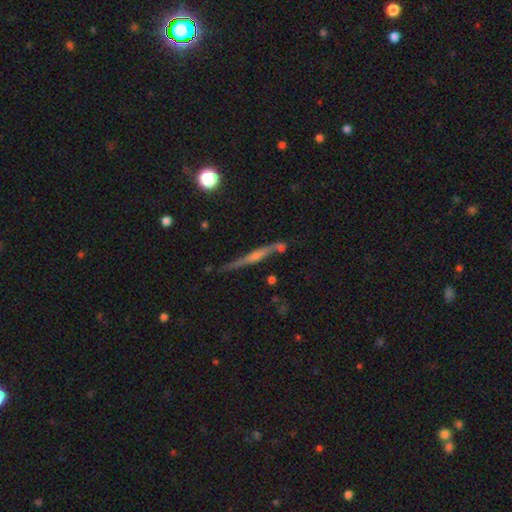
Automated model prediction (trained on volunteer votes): Morphology: type=featured or disk (71%); edge-on=yes (95%); edge-on bulge=rounded (61%); merging=none (72%).